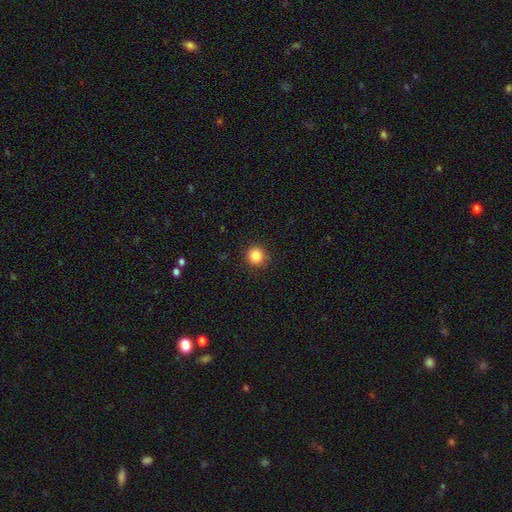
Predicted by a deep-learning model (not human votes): Morphology: type=smooth (85%); roundness=round (93%); merging=none (91%).